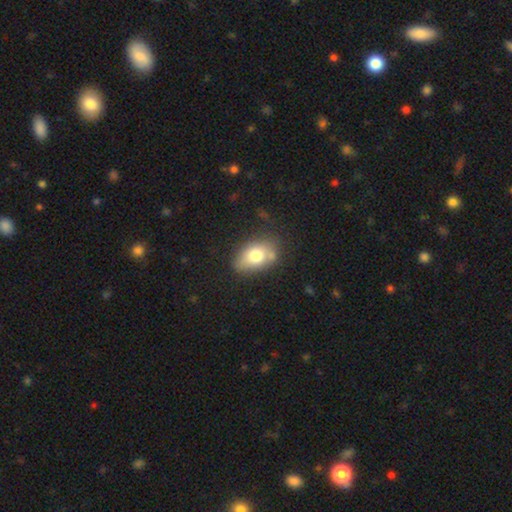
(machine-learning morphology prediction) smooth_or_featured: smooth (p=0.74) [alt: featured or disk p=0.17]
how_rounded: in between (p=0.86) [alt: round p=0.12]
merging: none (p=0.66) [alt: minor disturbance p=0.22]